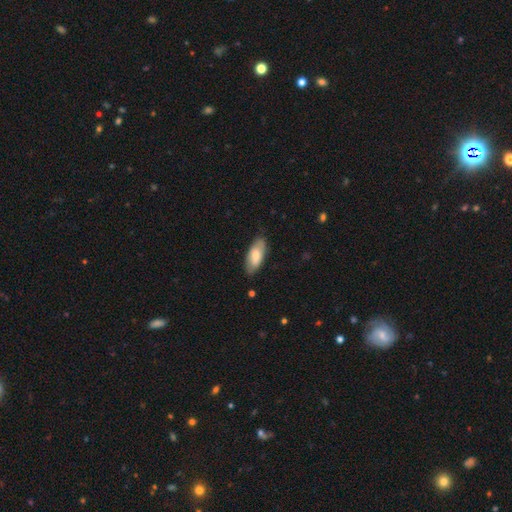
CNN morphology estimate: Smooth or featured: smooth — 71% (featured or disk — 23%)
How rounded: in between — 85% (cigar-shaped — 13%)
Merging: none — 80% (minor disturbance — 16%)